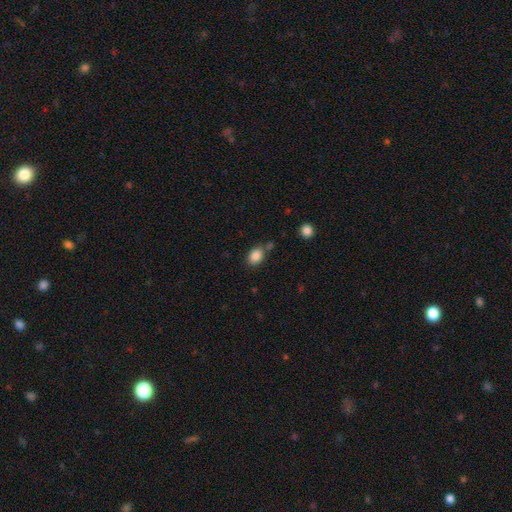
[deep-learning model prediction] This is clearly a smooth galaxy (86%). How rounded: likely in between (75%). Merging: likely none (69%).